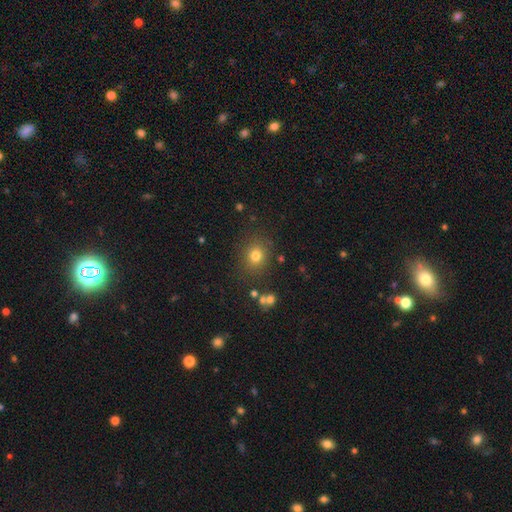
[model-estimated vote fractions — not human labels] This is likely a smooth galaxy (78%). How rounded: likely round (77%). Merging: clearly none (84%).